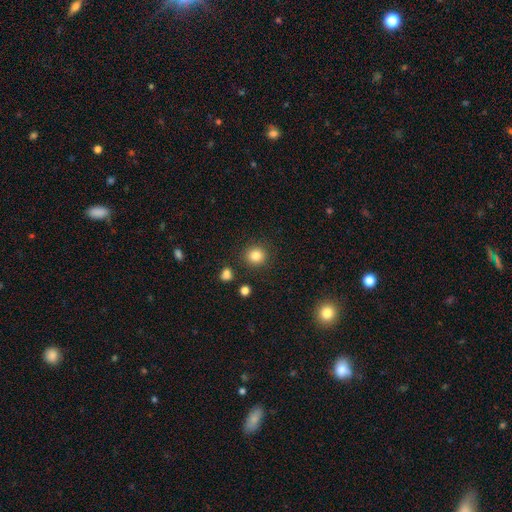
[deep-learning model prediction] This appears to be a smooth galaxy with no disk features (84%) that is round (91%). Merging: none (88%).